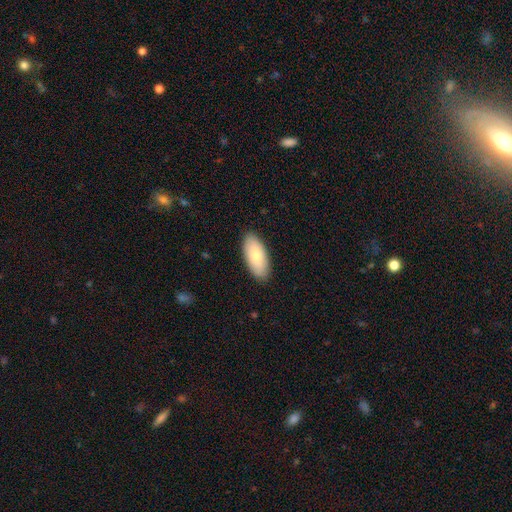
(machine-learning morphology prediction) Smooth or featured?
  - smooth: 75% *
  - featured or disk: 19%
  - star or artifact: 6%
How rounded?
  - in between: 91% *
  - cigar-shaped: 7%
  - round: 2%
Merging?
  - none: 89% *
  - minor disturbance: 9%
  - major disturbance: 2%
  - merger: 1%